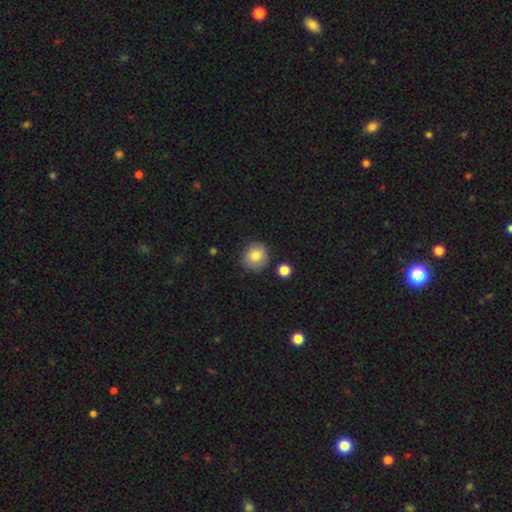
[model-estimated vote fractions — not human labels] Smooth or featured: smooth — 82% (star or artifact — 9%)
How rounded: round — 85% (in between — 14%)
Merging: none — 83% (minor disturbance — 11%)